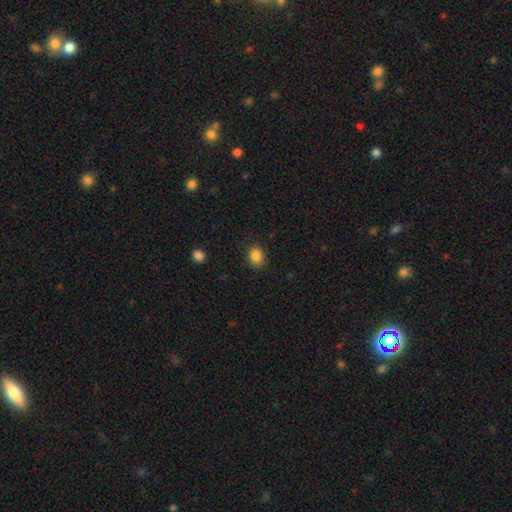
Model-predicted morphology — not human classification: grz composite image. It shows a smooth galaxy with no disk features (86%) that is in between round and cigar-shaped (53%). Merging: none (79%).